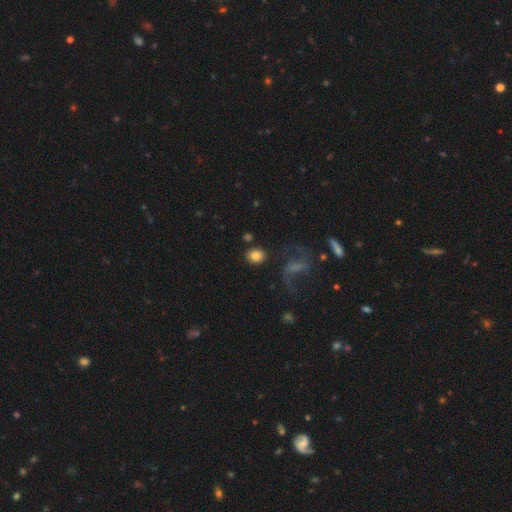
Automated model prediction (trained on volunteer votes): Morphology: type=smooth (81%); roundness=round (64%); merging=none (78%).